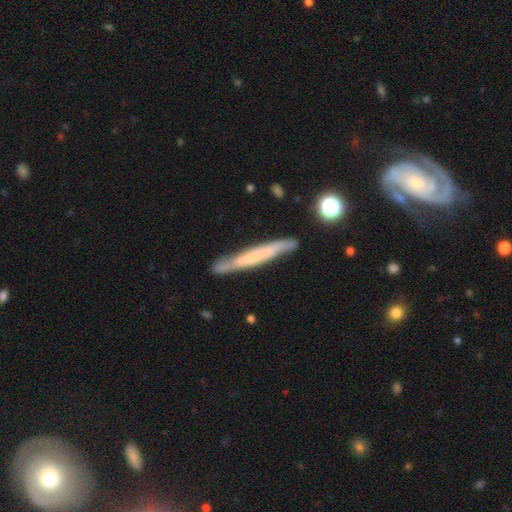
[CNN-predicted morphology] This is possibly a featured or disk galaxy (54%). It is clearly viewed edge-on (84%). Merging: likely none (79%).